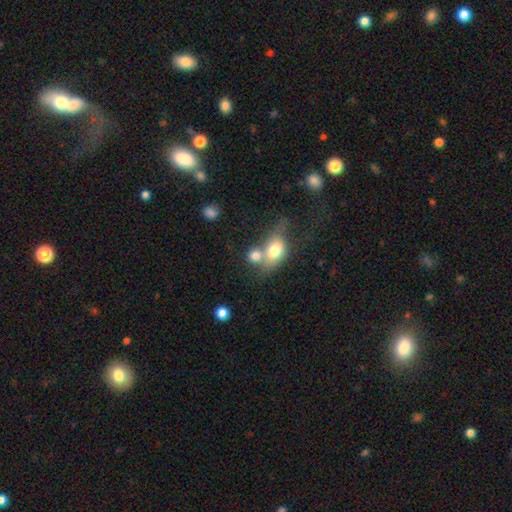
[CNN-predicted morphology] The model was most divided on "how rounded": in between: 50%, round: 47%, cigar-shaped: 3%. More confident: smooth or featured — smooth (76%); merging — merger (60%).